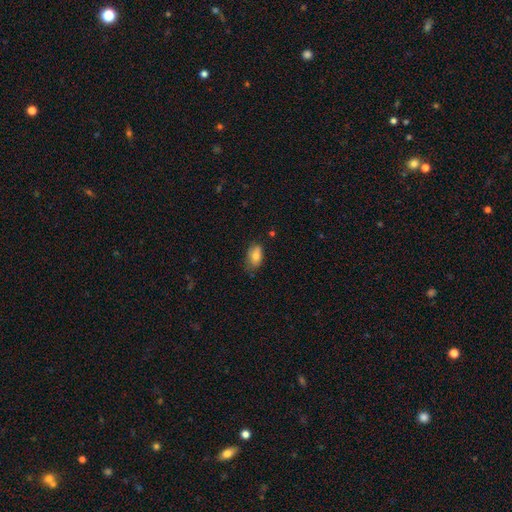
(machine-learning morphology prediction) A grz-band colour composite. It shows a smooth galaxy with no disk features (78%) that is in between round and cigar-shaped (90%). Merging: none (64%).